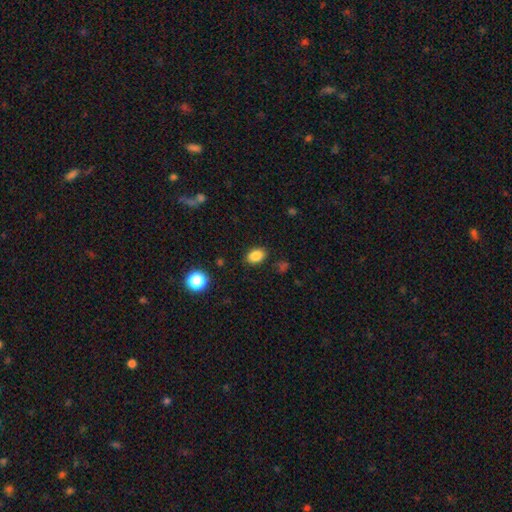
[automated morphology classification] Q: Smooth or featured?
A: smooth (86%); runner-up: star or artifact (10%)
Q: How rounded?
A: in between (77%); runner-up: round (22%)
Q: Merging?
A: none (86%); runner-up: minor disturbance (10%)